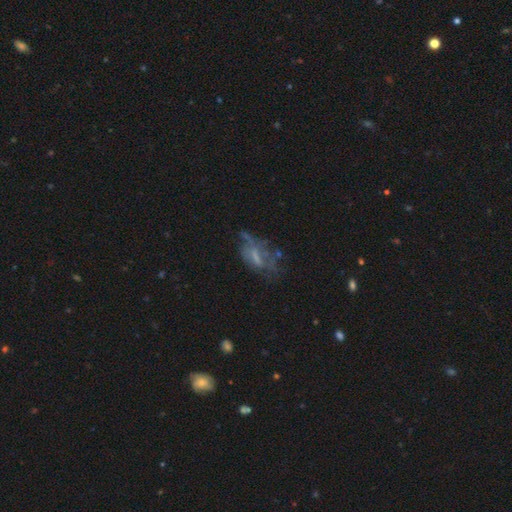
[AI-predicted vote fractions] This is possibly a featured or disk galaxy (55%). It is clearly not viewed edge-on (94%). Bar: possibly no (55%). Spiral arm pattern: likely no (66%). Central bulge: possibly none (50%). Merging: marginally none (38%).